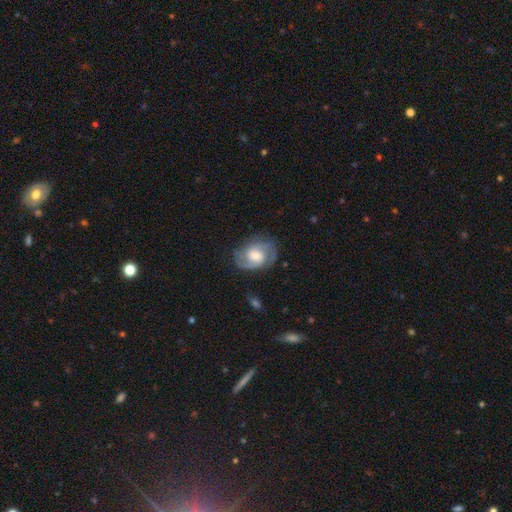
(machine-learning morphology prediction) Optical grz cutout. It shows a featured or disk galaxy (77%) with a weak bar (45%, tied with no), 2 (79%) medium (50%) spiral arms (94%) and a moderate central bulge (56%). Merging: none (73%).